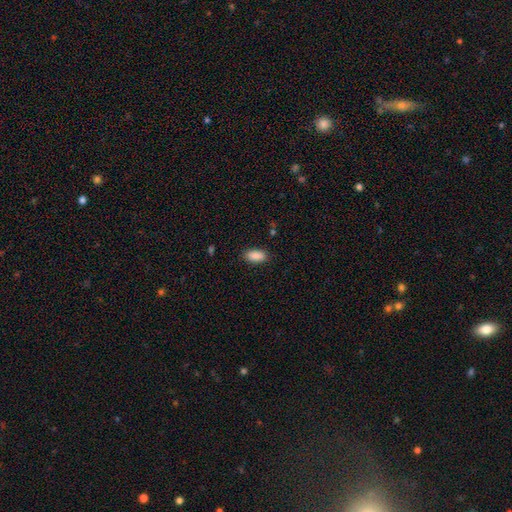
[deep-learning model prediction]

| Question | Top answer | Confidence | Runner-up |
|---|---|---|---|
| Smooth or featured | smooth | 90% | star or artifact (7%) |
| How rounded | in between | 92% | cigar-shaped (5%) |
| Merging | none | 88% | minor disturbance (9%) |